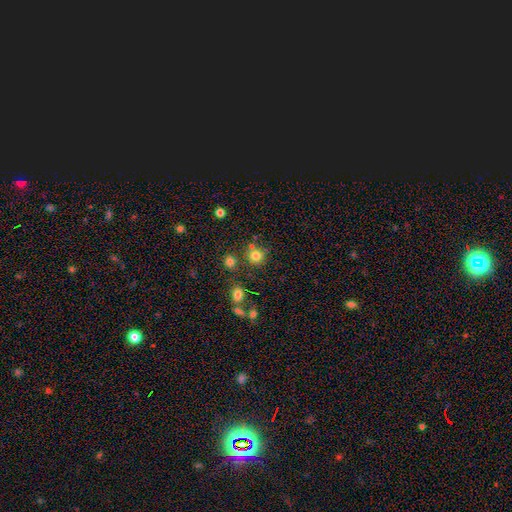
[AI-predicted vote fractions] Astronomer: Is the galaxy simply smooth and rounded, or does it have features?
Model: smooth — 76%.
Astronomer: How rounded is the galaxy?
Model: round — 89%.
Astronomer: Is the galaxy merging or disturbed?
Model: none — 70%.